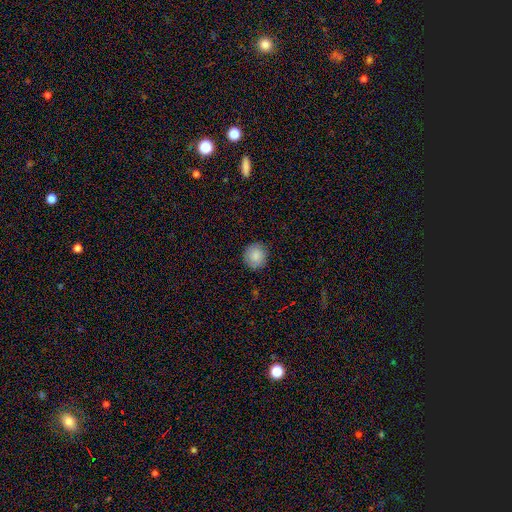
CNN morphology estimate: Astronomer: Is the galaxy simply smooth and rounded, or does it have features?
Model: smooth — 85%.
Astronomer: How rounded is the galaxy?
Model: round — 90%.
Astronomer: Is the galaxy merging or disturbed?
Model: none — 87%.